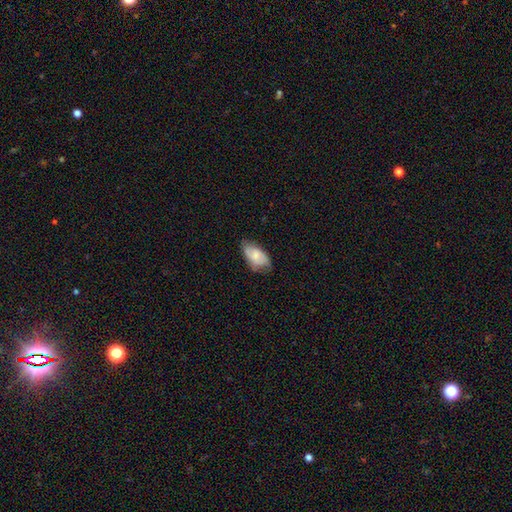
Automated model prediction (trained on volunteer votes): Morphology: type=smooth (67%); roundness=in between (93%); merging=none (61%).